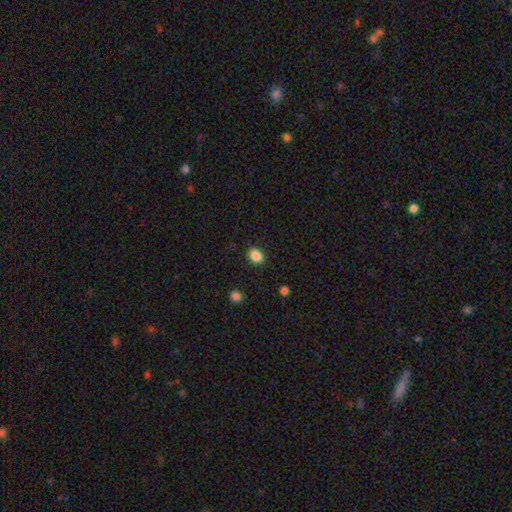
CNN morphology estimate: Overall: smooth (87%). How rounded: in between (67%; round 32%). Merging: none (88%).